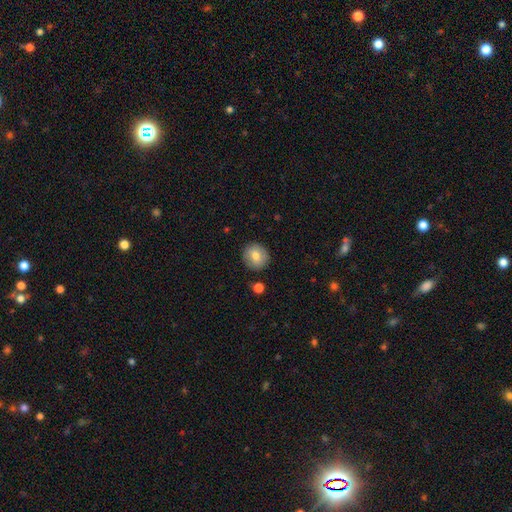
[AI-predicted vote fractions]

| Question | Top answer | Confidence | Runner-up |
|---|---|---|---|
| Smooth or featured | smooth | 77% | featured or disk (15%) |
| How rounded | round | 87% | in between (12%) |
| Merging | none | 87% | minor disturbance (9%) |